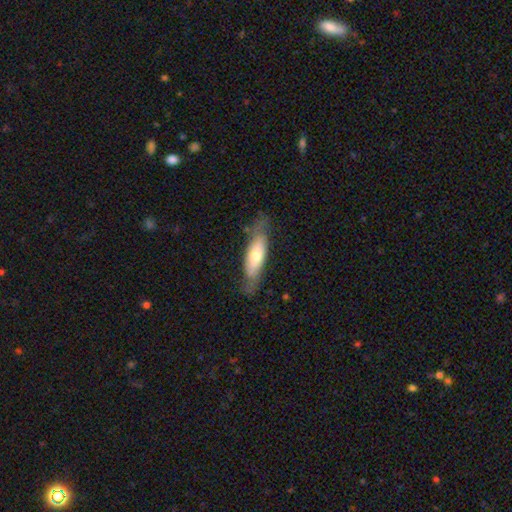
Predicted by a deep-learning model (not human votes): Morphology: type=smooth (56%); roundness=in between (51%); merging=none (66%).